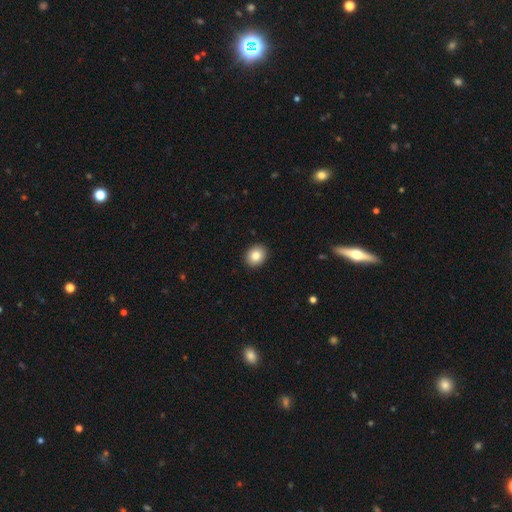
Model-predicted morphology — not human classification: The model was most divided on "how rounded": round: 54%, in between: 45%, cigar-shaped: 1%. More confident: merging — none (92%); smooth or featured — smooth (83%).